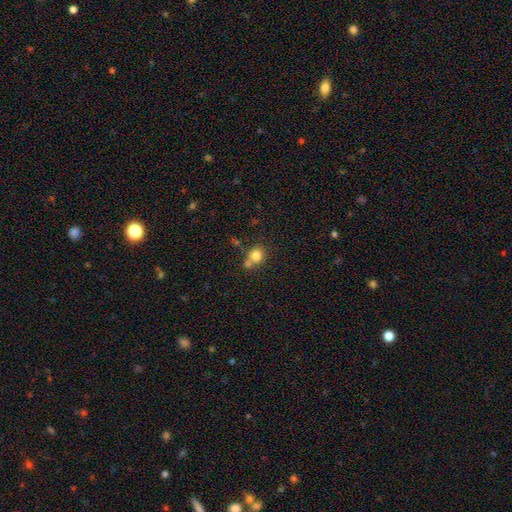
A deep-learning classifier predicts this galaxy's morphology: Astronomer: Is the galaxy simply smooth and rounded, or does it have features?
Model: smooth — 80%.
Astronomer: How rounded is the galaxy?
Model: round — 80%.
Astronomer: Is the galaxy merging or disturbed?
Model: none — 49% (runner-up: merger, 38%).